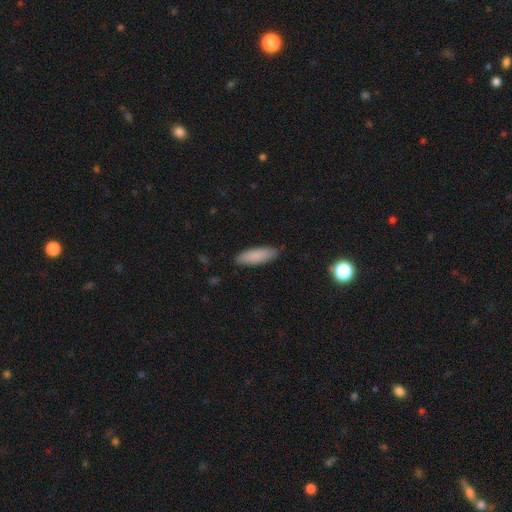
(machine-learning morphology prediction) This is clearly a smooth galaxy (86%). How rounded: possibly in between (54%). Merging: clearly none (85%).